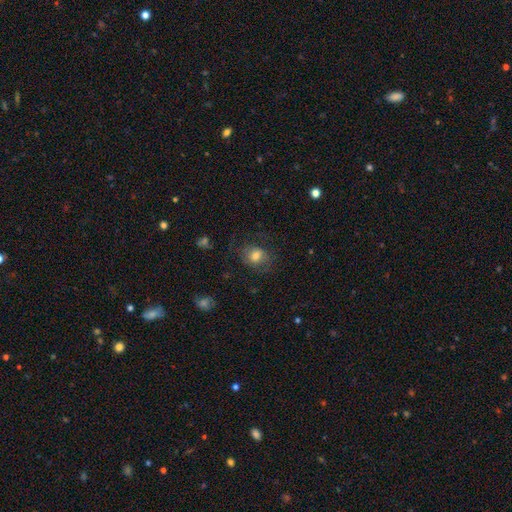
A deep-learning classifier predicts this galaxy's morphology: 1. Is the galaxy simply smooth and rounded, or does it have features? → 70% smooth, 19% featured or disk, 11% star or artifact.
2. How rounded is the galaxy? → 62% round, 37% in between, 1% cigar-shaped.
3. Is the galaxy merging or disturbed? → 66% none, 19% minor disturbance, 14% major disturbance, 1% merger.